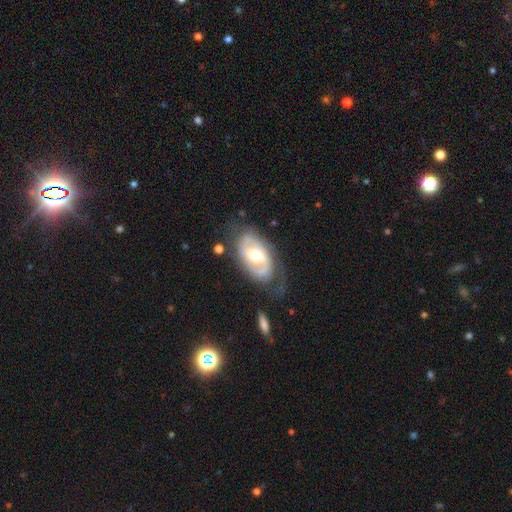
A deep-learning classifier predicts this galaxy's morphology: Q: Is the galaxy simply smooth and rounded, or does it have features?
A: featured or disk — 78%.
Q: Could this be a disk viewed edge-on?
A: no — 95%.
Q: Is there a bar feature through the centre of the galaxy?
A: weak — 46%.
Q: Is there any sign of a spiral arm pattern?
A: yes — 84%.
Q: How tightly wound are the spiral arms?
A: medium — 41%.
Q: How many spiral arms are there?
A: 2 — 67%.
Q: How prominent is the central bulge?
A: moderate — 68%.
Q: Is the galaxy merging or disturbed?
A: none — 54%.